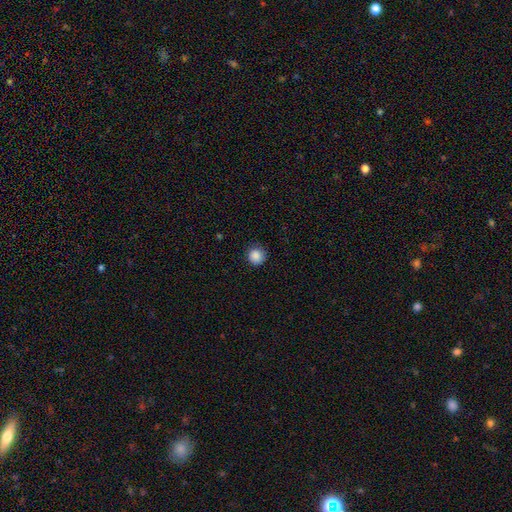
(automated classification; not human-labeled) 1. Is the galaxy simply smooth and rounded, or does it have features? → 87% smooth, 9% star or artifact, 3% featured or disk.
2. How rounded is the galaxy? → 94% round, 6% in between, 1% cigar-shaped.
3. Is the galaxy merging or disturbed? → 84% none, 12% minor disturbance, 3% major disturbance, 1% merger.